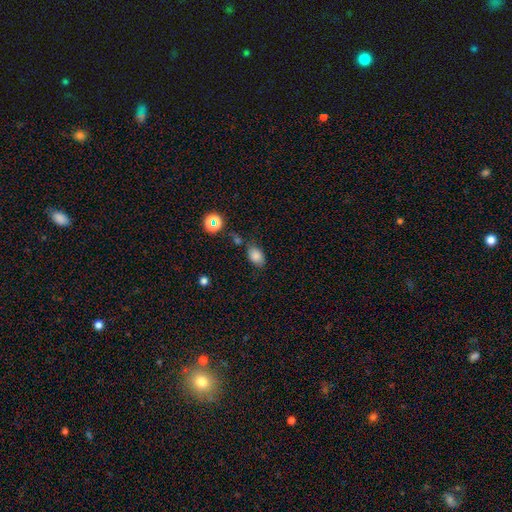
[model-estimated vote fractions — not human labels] Morphology: type=smooth (81%); roundness=in between (83%); merging=none (69%).